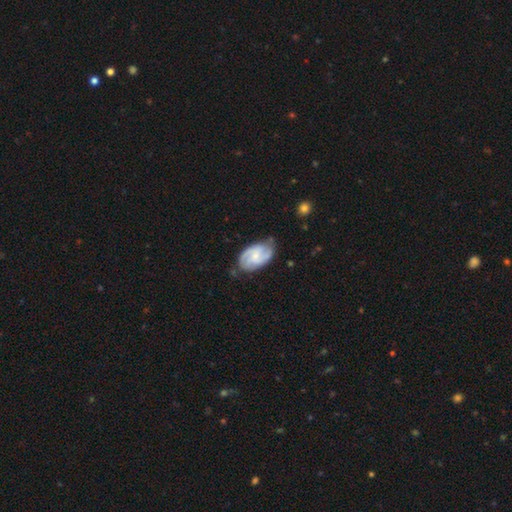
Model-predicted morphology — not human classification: Q: Smooth or featured?
A: featured or disk (79%); runner-up: smooth (16%)
Q: Edge-on disk?
A: no (97%); runner-up: yes (3%)
Q: Bar?
A: no (49%); runner-up: weak (42%)
Q: Spiral arms?
A: yes (96%); runner-up: no (4%)
Q: Spiral winding?
A: medium (47%); runner-up: tight (40%)
Q: Spiral arm count?
A: 2 (62%); runner-up: 3 (22%)
Q: Bulge size?
A: small (60%); runner-up: moderate (28%)
Q: Merging?
A: none (72%); runner-up: minor disturbance (22%)